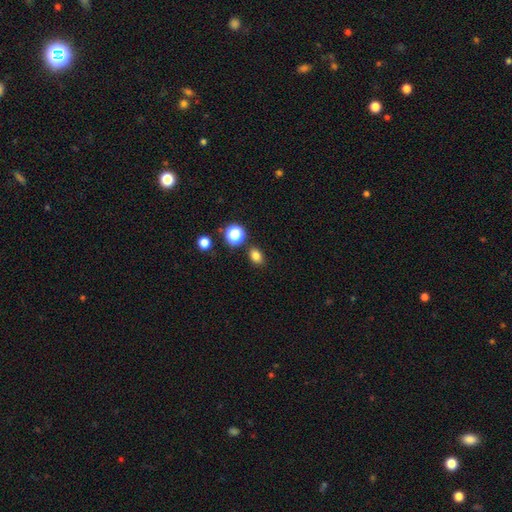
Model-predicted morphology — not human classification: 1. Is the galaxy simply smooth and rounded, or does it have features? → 80% smooth, 14% star or artifact, 5% featured or disk.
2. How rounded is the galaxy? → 64% in between, 35% round, 1% cigar-shaped.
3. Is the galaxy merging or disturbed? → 82% none, 10% minor disturbance, 5% merger, 3% major disturbance.